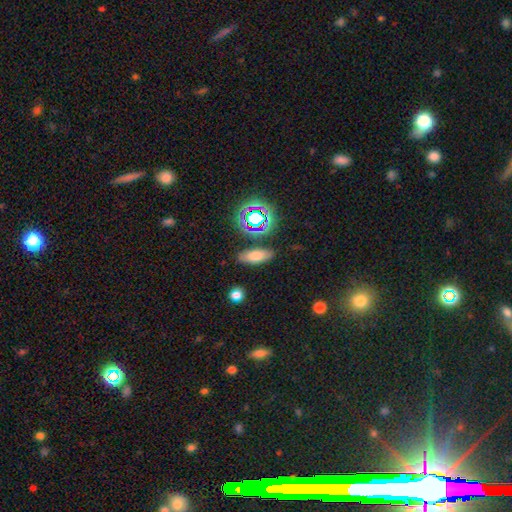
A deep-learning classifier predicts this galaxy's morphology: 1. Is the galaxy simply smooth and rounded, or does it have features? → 70% smooth, 16% star or artifact, 14% featured or disk.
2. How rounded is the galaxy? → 65% in between, 27% cigar-shaped, 8% round.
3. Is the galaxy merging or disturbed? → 84% none, 10% minor disturbance, 3% merger, 3% major disturbance.